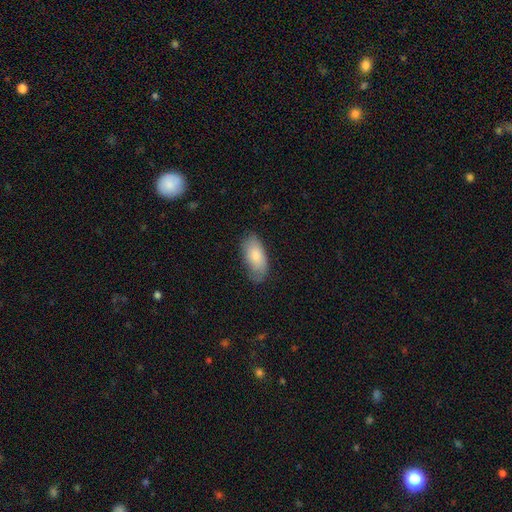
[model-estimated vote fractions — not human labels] This appears to be a smooth galaxy with no disk features (80%) that is in between round and cigar-shaped (91%). Merging: none (70%).